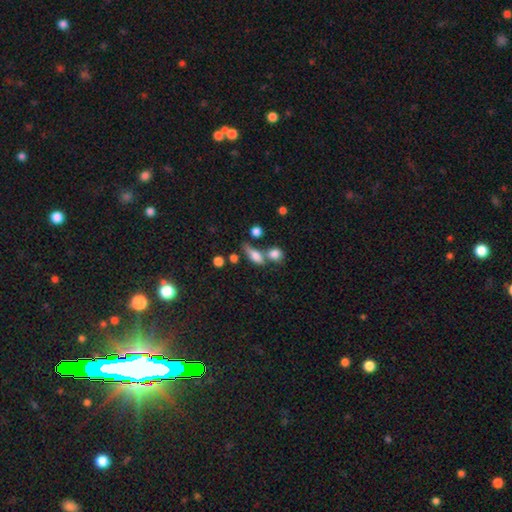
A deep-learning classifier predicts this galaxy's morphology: Smooth or featured?
  - smooth: 68% *
  - featured or disk: 21%
  - star or artifact: 11%
How rounded?
  - in between: 56% *
  - cigar-shaped: 29%
  - round: 15%
Merging?
  - none: 45% *
  - merger: 28%
  - minor disturbance: 18%
  - major disturbance: 10%